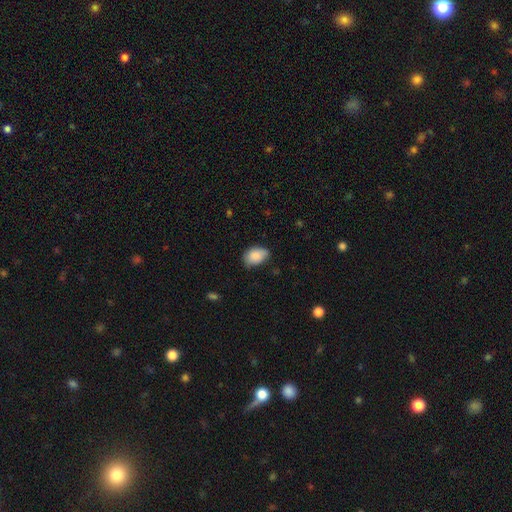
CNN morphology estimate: A smooth galaxy with no disk features (84%) that is in between round and cigar-shaped (85%).

Vote fractions:
- Smooth or featured? smooth: 84% / featured or disk: 9% / star or artifact: 7%
- How rounded? in between: 85% / round: 13% / cigar-shaped: 1%
- Merging? none: 64% / minor disturbance: 30% / major disturbance: 5% / merger: 1%